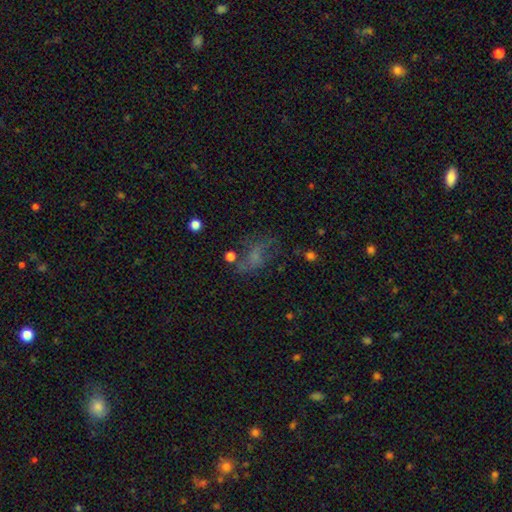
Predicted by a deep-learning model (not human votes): Q: Smooth or featured?
A: smooth (40%); runner-up: featured or disk (39%)
Q: Merging?
A: none (43%); runner-up: major disturbance (29%)